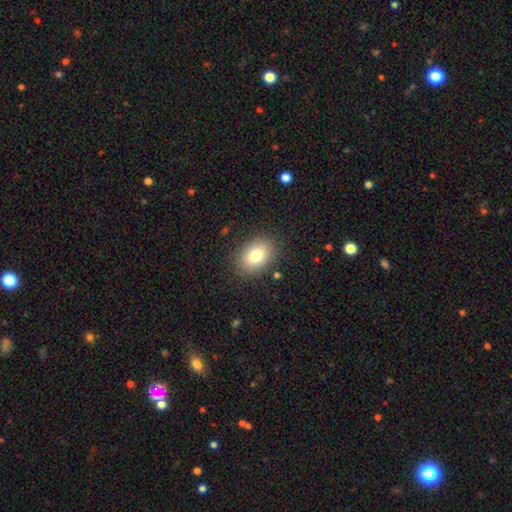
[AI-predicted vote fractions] Smooth or featured?
  - smooth: 79% *
  - featured or disk: 11%
  - star or artifact: 10%
How rounded?
  - in between: 68% *
  - round: 31%
  - cigar-shaped: 1%
Merging?
  - none: 85% *
  - minor disturbance: 10%
  - major disturbance: 3%
  - merger: 1%